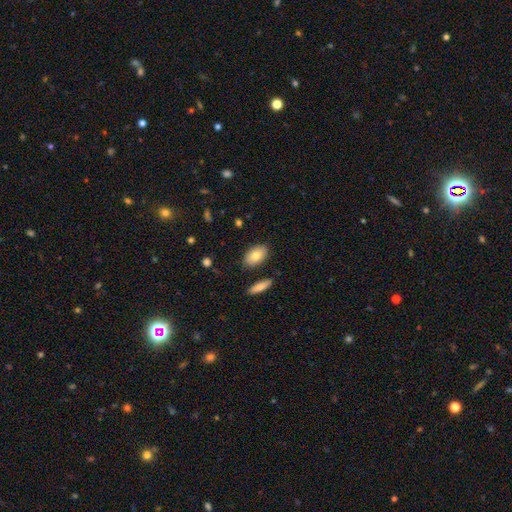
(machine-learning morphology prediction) type=smooth (81%); roundness=in between (91%); merging=none (84%).